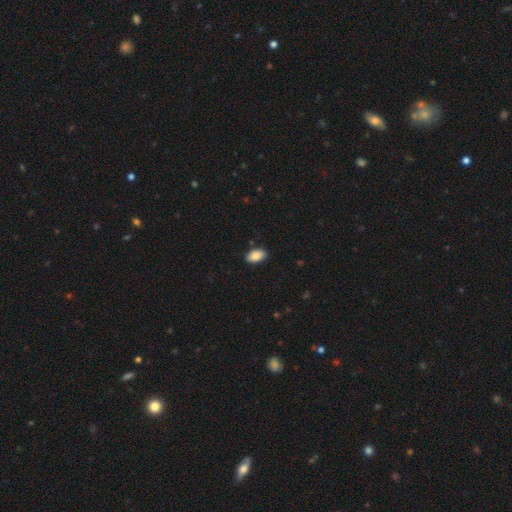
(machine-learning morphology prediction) A smooth galaxy with no disk features (87%) that is in between round and cigar-shaped (93%). Merging: none (88%).